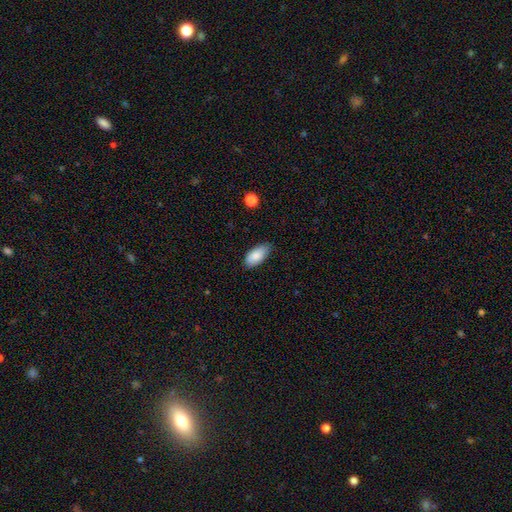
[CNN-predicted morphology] Smooth or featured: smooth — 86% (featured or disk — 7%)
How rounded: in between — 93% (cigar-shaped — 5%)
Merging: none — 76% (minor disturbance — 20%)